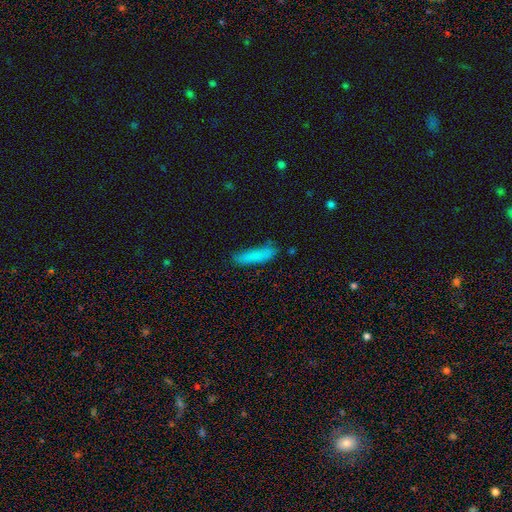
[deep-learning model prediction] A smooth galaxy with no disk features (83%) that is cigar-shaped (79%). Merging: none (72%).